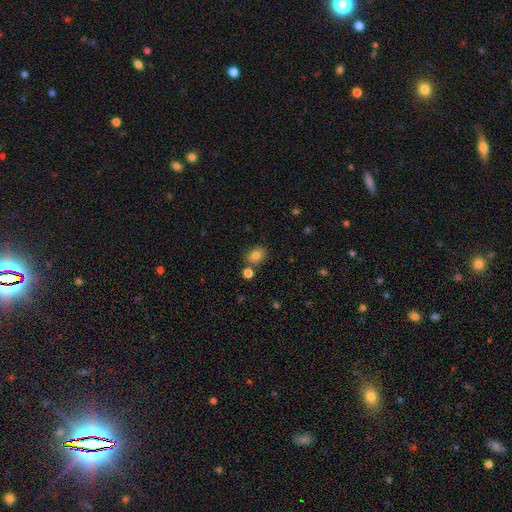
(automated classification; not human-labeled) Smooth or featured?
  - smooth: 81% *
  - star or artifact: 11%
  - featured or disk: 8%
How rounded?
  - in between: 57% *
  - round: 41%
  - cigar-shaped: 1%
Merging?
  - none: 74% *
  - merger: 12%
  - minor disturbance: 12%
  - major disturbance: 3%